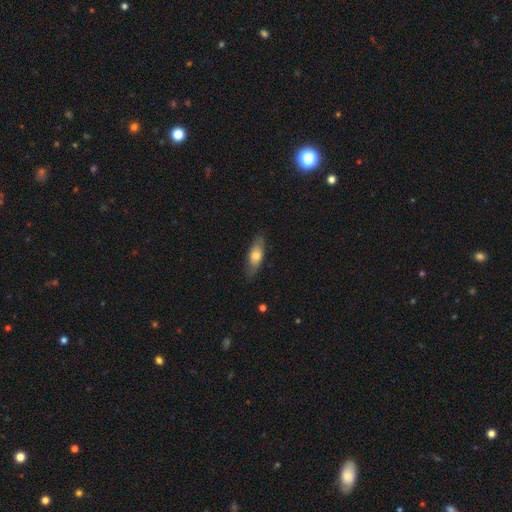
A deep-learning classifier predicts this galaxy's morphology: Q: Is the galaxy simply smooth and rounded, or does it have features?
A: smooth — 60%.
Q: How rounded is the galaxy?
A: in between — 69%.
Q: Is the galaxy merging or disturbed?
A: none — 79%.